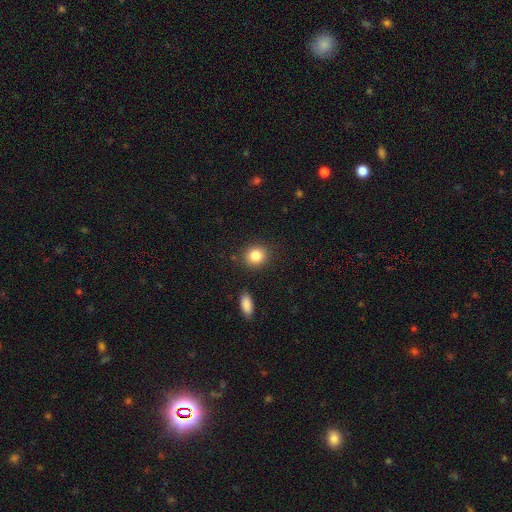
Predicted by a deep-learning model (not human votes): A smooth galaxy with no disk features (85%) that is round (77%).

Vote fractions:
- Smooth or featured? smooth: 85% / star or artifact: 9% / featured or disk: 6%
- How rounded? round: 77% / in between: 22% / cigar-shaped: 1%
- Merging? none: 87% / minor disturbance: 8% / merger: 3% / major disturbance: 3%